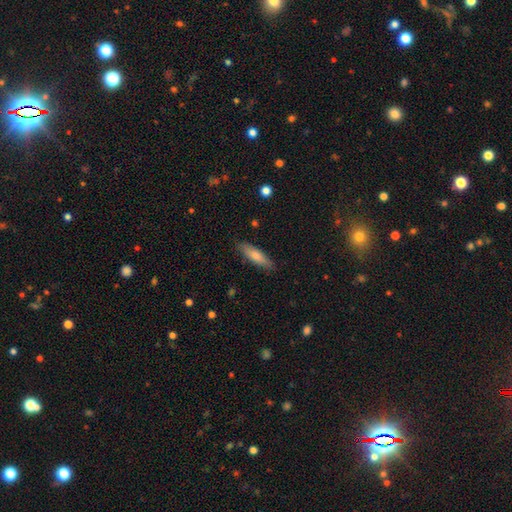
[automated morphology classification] smooth_or_featured: smooth (p=0.74) [alt: featured or disk p=0.21]
how_rounded: cigar-shaped (p=0.62) [alt: in between p=0.36]
merging: none (p=0.85) [alt: minor disturbance p=0.12]